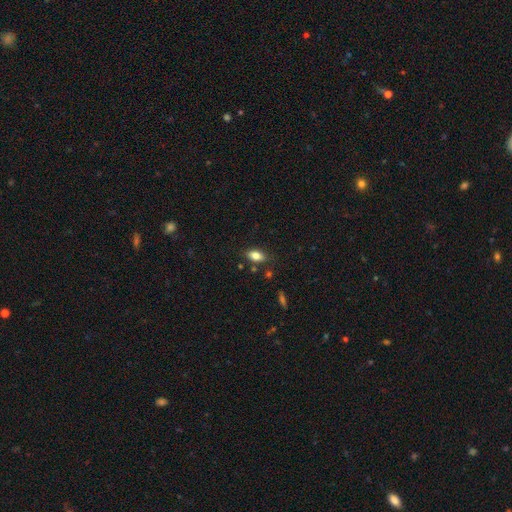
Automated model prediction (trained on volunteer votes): smooth-or-featured: smooth: 83% | star or artifact: 9% | featured or disk: 8%
  how-rounded: in between: 89% | round: 7% | cigar-shaped: 4%
  merging: none: 81% | minor disturbance: 13% | merger: 3% | major disturbance: 3%